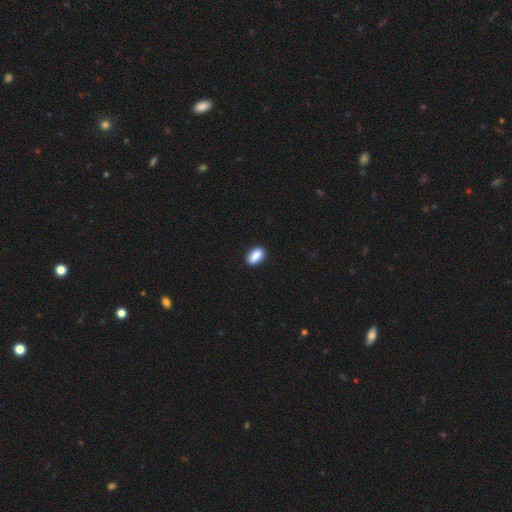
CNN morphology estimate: smooth_or_featured: smooth (p=0.89) [alt: star or artifact p=0.07]
how_rounded: in between (p=0.90) [alt: round p=0.07]
merging: none (p=0.88) [alt: minor disturbance p=0.09]